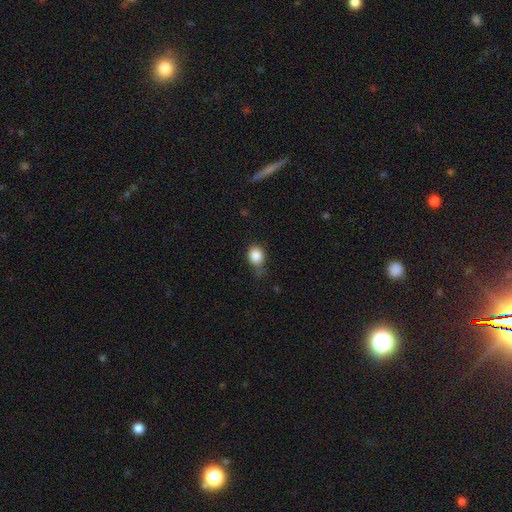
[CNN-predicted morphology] smooth_or_featured: smooth (p=0.84) [alt: star or artifact p=0.10]
how_rounded: round (p=0.66) [alt: in between p=0.32]
merging: none (p=0.51) [alt: minor disturbance p=0.35]